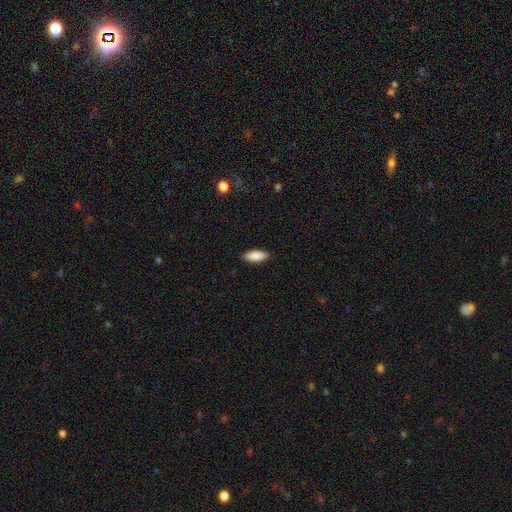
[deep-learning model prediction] Overall: smooth (88%). How rounded: in between (74%). Merging: none (89%).